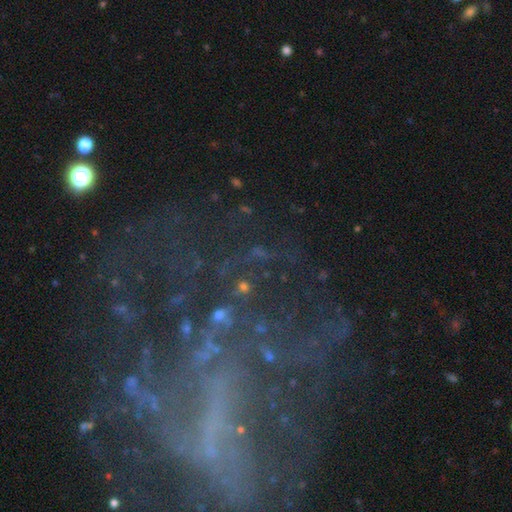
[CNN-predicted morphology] Smooth or featured? Predicted: featured or disk (p=0.47). Merging? Predicted: none (p=0.64).